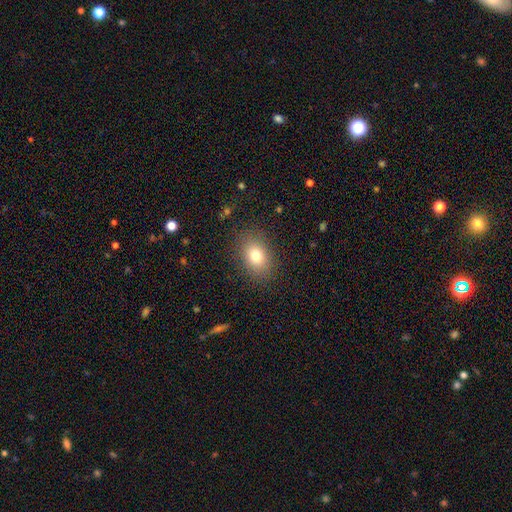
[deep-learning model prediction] Smooth or featured? Predicted: smooth (p=0.78). How rounded? Predicted: in between (p=0.71). Merging? Predicted: none (p=0.86).